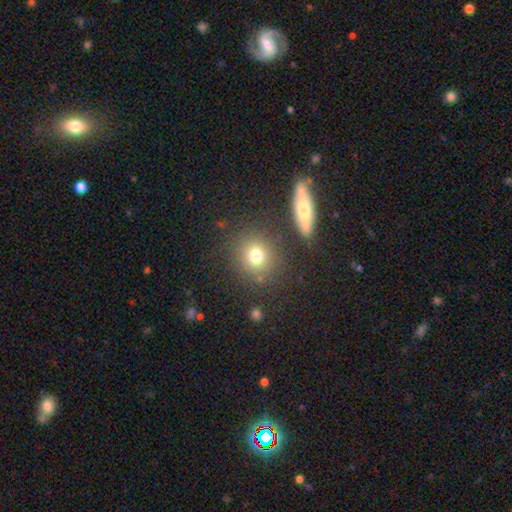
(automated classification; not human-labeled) Smooth or featured: smooth — 76% (star or artifact — 14%)
How rounded: round — 82% (in between — 16%)
Merging: none — 80% (minor disturbance — 9%)